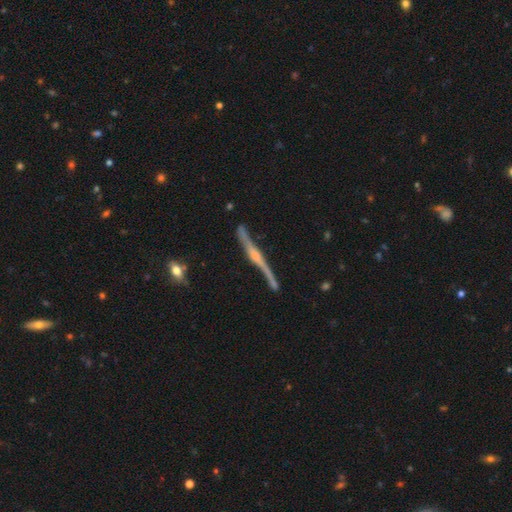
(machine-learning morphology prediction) This appears to be a featured or disk galaxy (85%) viewed edge-on (96%) with a rounded central bulge (75%). Merging: none (81%).